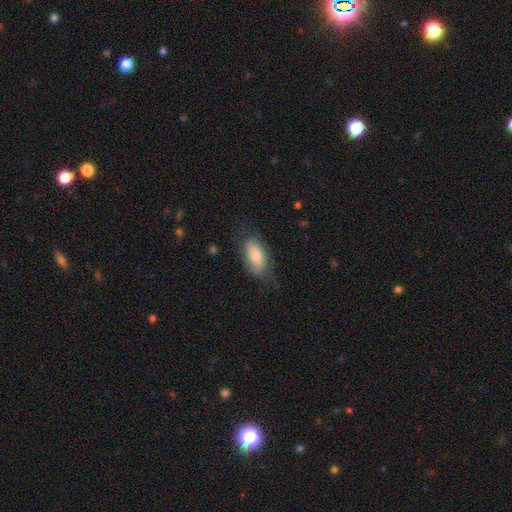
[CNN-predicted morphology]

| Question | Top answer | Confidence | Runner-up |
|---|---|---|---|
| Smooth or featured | smooth | 72% | featured or disk (22%) |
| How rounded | in between | 90% | cigar-shaped (6%) |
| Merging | none | 64% | minor disturbance (24%) |